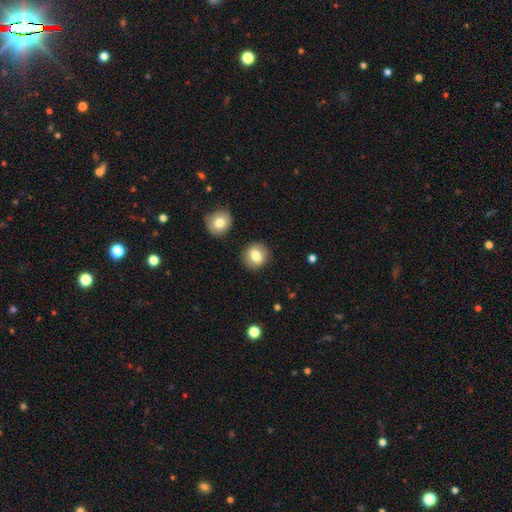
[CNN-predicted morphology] This is likely a smooth galaxy (79%). How rounded: clearly round (84%). Merging: clearly none (88%).